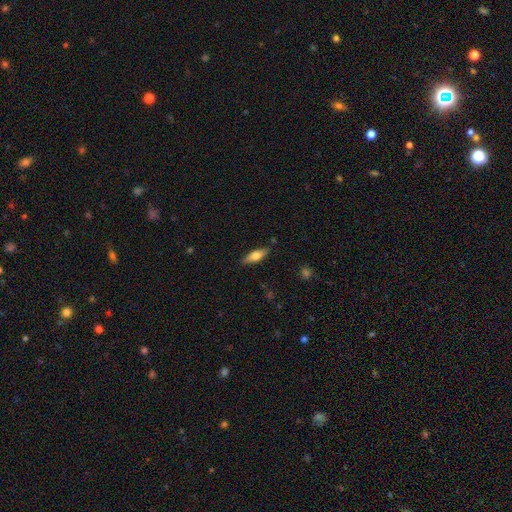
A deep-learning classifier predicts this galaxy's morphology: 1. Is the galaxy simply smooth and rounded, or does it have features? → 64% smooth, 30% featured or disk, 6% star or artifact.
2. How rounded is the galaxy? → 60% in between, 37% cigar-shaped, 3% round.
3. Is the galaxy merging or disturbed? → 85% none, 12% minor disturbance, 2% major disturbance, 1% merger.